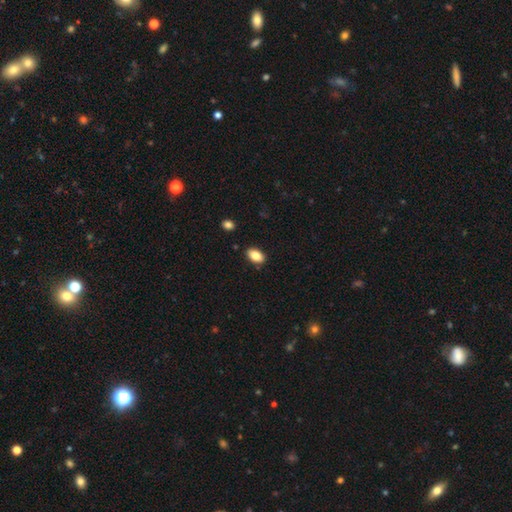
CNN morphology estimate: Q: Smooth or featured?
A: smooth (84%); runner-up: featured or disk (8%)
Q: How rounded?
A: in between (92%); runner-up: round (7%)
Q: Merging?
A: none (87%); runner-up: minor disturbance (9%)